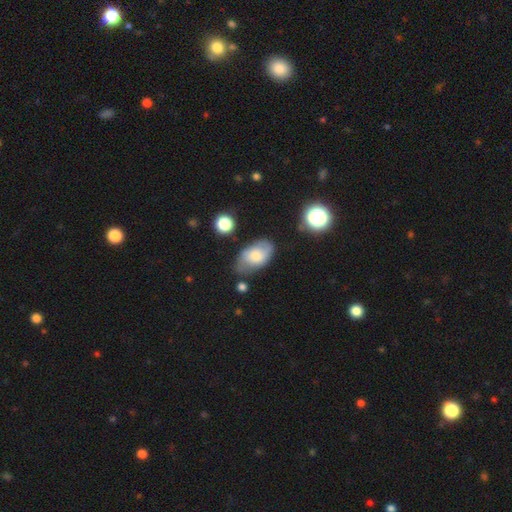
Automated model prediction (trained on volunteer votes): Q: Smooth or featured?
A: smooth (54%); runner-up: featured or disk (37%)
Q: How rounded?
A: in between (90%); runner-up: round (8%)
Q: Merging?
A: none (62%); runner-up: minor disturbance (25%)